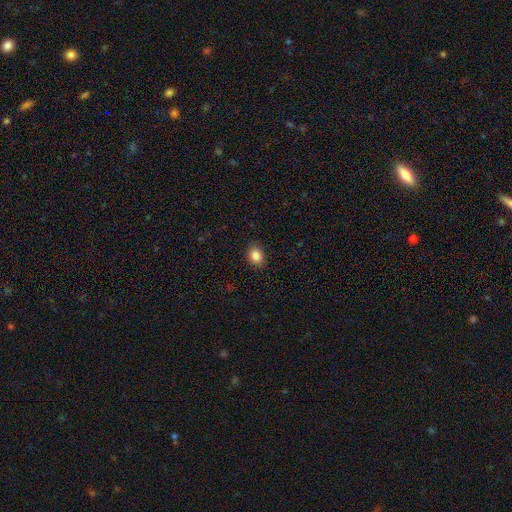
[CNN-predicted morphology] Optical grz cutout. It shows a smooth galaxy with no disk features (86%) that is round (54%). Merging: none (88%).